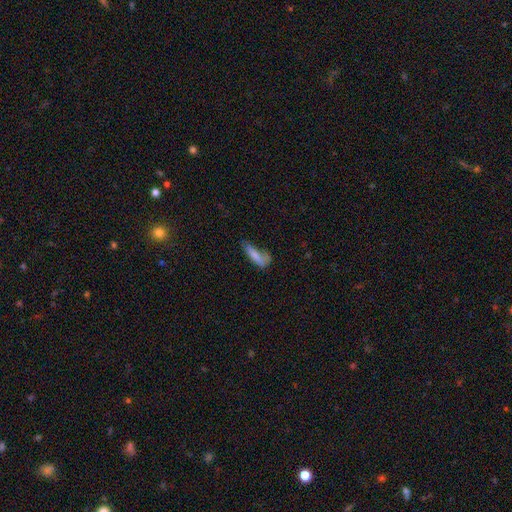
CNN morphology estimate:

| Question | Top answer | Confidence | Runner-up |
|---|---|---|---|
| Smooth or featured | smooth | 75% | featured or disk (17%) |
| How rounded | cigar-shaped | 61% | in between (37%) |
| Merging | none | 38% | minor disturbance (32%) |